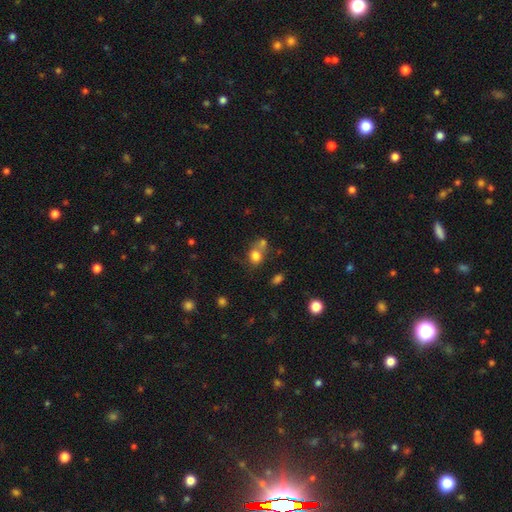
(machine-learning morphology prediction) Smooth or featured? Predicted: smooth (p=0.77). How rounded? Predicted: round (p=0.63). Merging? Predicted: none (p=0.41).